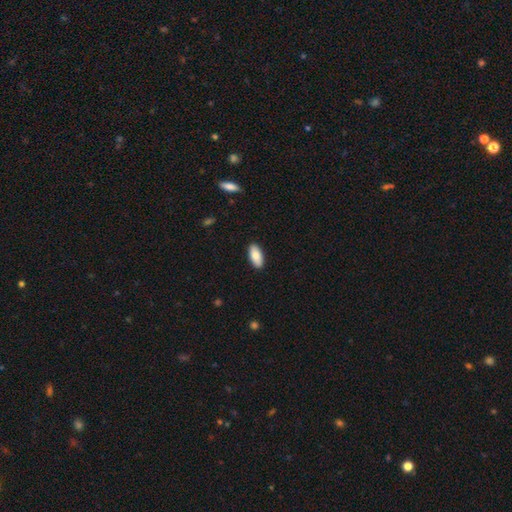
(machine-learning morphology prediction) A smooth galaxy with no disk features (82%) that is in between round and cigar-shaped (89%).

Vote fractions:
- Smooth or featured? smooth: 82% / featured or disk: 12% / star or artifact: 6%
- How rounded? in between: 89% / cigar-shaped: 8% / round: 2%
- Merging? none: 90% / minor disturbance: 8% / major disturbance: 2% / merger: 1%